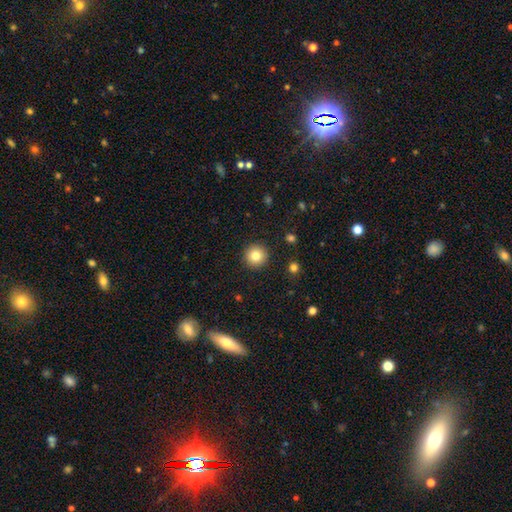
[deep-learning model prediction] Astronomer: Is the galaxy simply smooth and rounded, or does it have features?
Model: smooth — 82%.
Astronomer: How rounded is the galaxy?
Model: round — 96%.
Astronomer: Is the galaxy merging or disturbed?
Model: none — 92%.